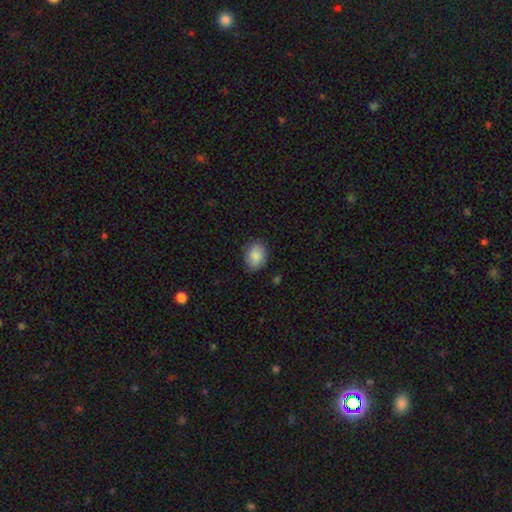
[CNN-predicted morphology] This appears to be a smooth galaxy with no disk features (87%) that is in between round and cigar-shaped (67%). Merging: none (82%).